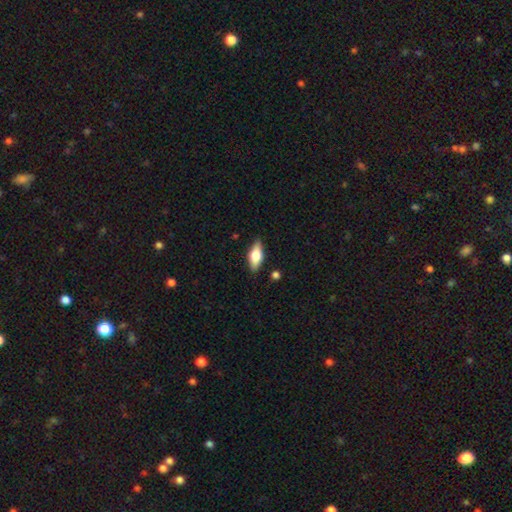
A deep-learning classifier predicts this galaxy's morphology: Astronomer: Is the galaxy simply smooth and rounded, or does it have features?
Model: smooth — 63%.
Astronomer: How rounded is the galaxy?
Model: in between — 80%.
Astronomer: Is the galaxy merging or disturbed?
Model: none — 85%.